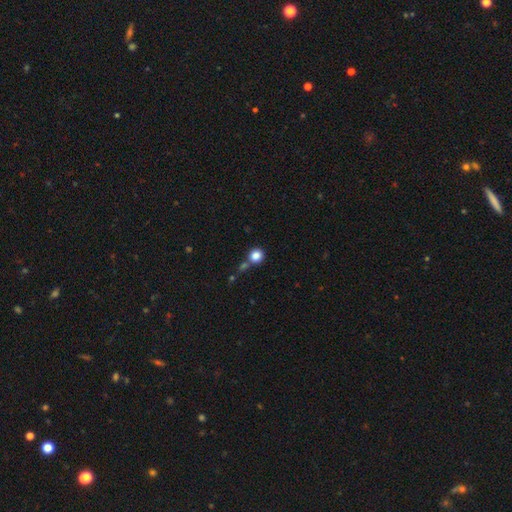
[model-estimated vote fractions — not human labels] Smooth or featured: smooth — 84% (star or artifact — 10%)
How rounded: round — 90% (in between — 9%)
Merging: none — 67% (merger — 19%)